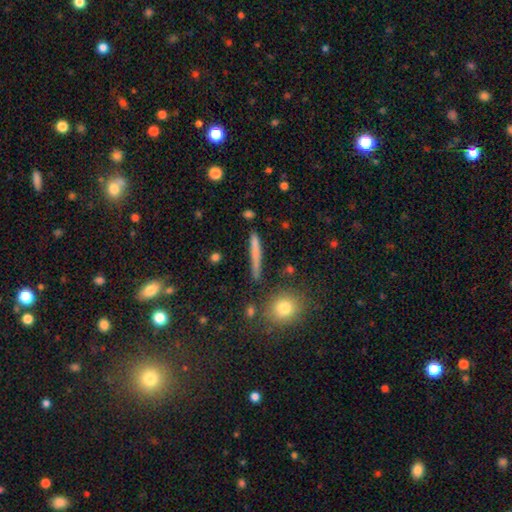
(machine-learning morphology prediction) A smooth galaxy with no disk features (67%) that is cigar-shaped (92%).

Vote fractions:
- Smooth or featured? smooth: 67% / featured or disk: 24% / star or artifact: 8%
- How rounded? cigar-shaped: 92% / in between: 5% / round: 3%
- Merging? none: 83% / minor disturbance: 11% / merger: 3% / major disturbance: 3%